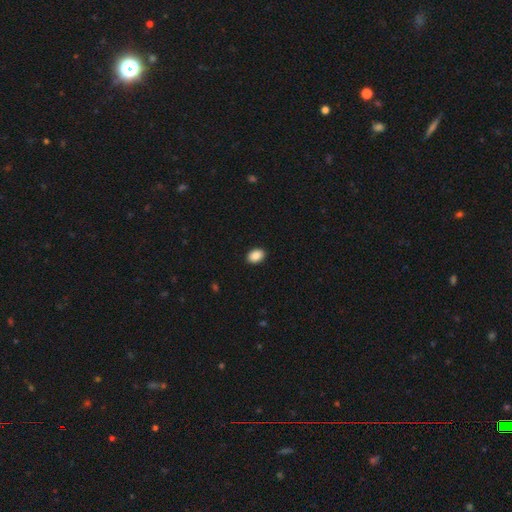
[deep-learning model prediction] Smooth or featured? smooth (89%)
How rounded? in between (77%)
Merging? none (92%)